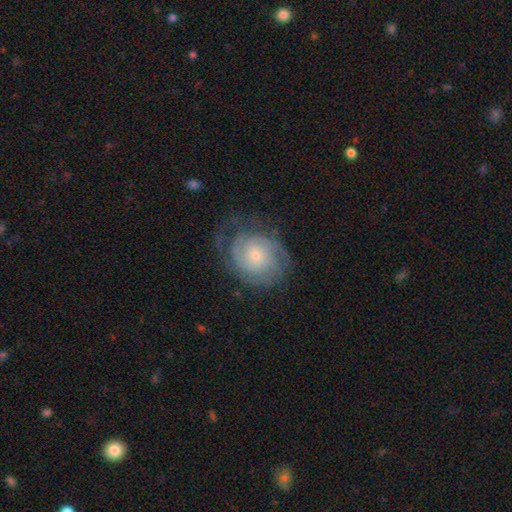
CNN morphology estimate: smooth-or-featured: featured or disk: 75% | smooth: 18% | star or artifact: 6%
  disk-edge-on: no: 98% | yes: 2%
    bar: no: 76% | weak: 21% | strong: 3%
    has-spiral-arms: yes: 92% | no: 8%
      spiral-winding: tight: 63% | medium: 27% | loose: 9%
      spiral-arm-count: can't tell: 37% | 2: 32% | 3: 14% | 4: 6% | 1: 6% | more than 4: 5%
    bulge-size: small: 70% | moderate: 24% | large: 3% | none: 2% | dominant: 1%
  merging: none: 61% | minor disturbance: 21% | major disturbance: 17% | merger: 1%